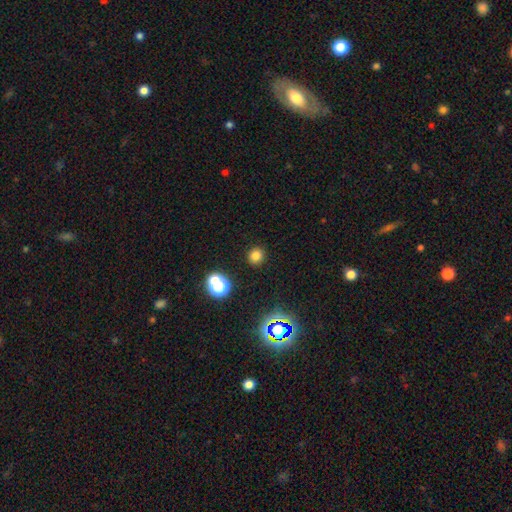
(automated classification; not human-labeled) A smooth galaxy with no disk features (76%) that is round (87%). Merging: none (90%).